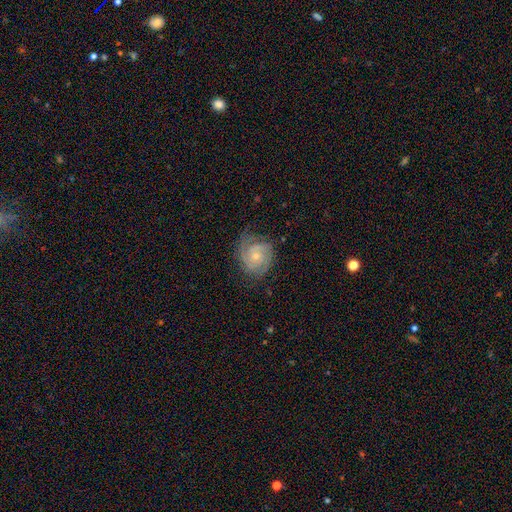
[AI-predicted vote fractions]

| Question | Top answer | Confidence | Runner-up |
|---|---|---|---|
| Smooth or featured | featured or disk | 85% | smooth (9%) |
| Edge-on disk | no | 98% | yes (2%) |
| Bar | no | 75% | weak (21%) |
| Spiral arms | yes | 97% | no (3%) |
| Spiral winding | tight | 66% | medium (29%) |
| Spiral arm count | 3 | 34% | 2 (33%) |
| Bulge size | small | 67% | moderate (30%) |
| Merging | none | 71% | minor disturbance (20%) |